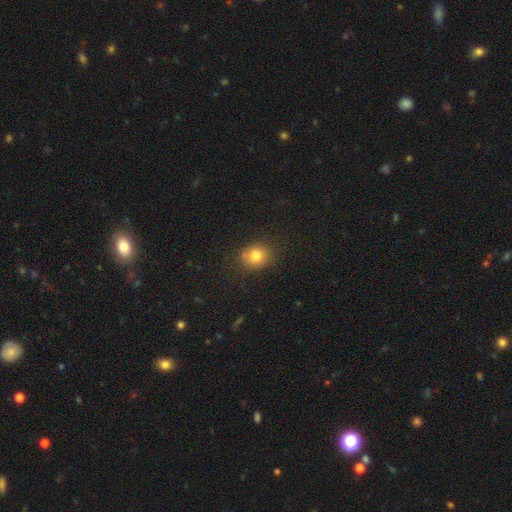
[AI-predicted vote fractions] smooth-or-featured: smooth: 79% | star or artifact: 12% | featured or disk: 9%
  how-rounded: round: 65% | in between: 34% | cigar-shaped: 1%
  merging: none: 77% | minor disturbance: 15% | major disturbance: 4% | merger: 3%